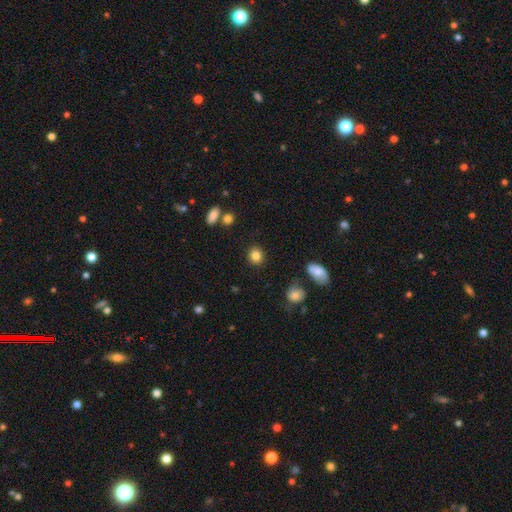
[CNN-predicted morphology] type=smooth (85%); roundness=round (81%); merging=none (88%).